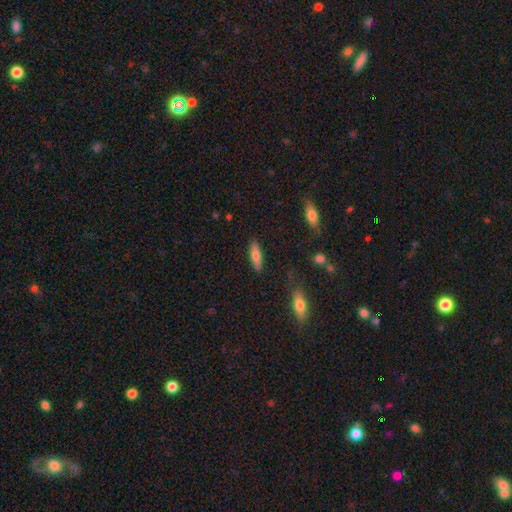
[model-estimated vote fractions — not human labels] Morphology: type=smooth (65%); roundness=cigar-shaped (50%); merging=none (87%).